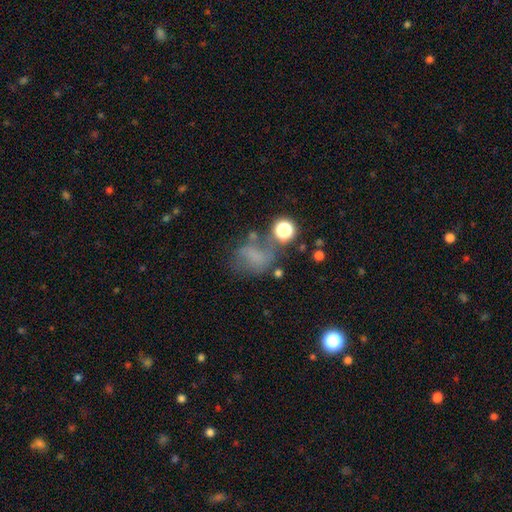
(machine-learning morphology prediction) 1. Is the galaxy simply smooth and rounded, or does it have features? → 45% smooth, 31% featured or disk, 24% star or artifact.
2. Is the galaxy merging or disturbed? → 38% none, 27% major disturbance, 22% minor disturbance, 13% merger.